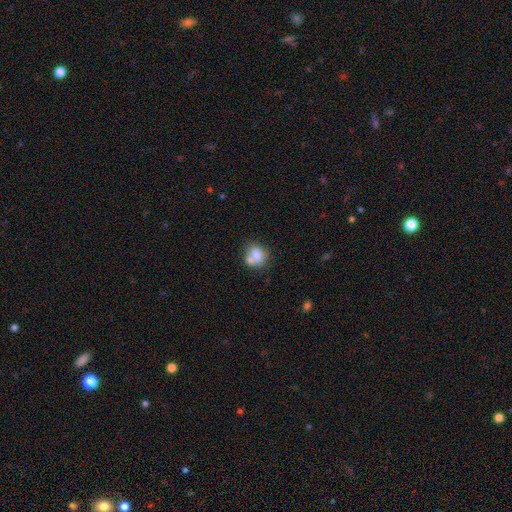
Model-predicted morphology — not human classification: Smooth or featured?
  - smooth: 73% *
  - featured or disk: 17%
  - star or artifact: 10%
How rounded?
  - round: 51% *
  - in between: 47%
  - cigar-shaped: 1%
Merging?
  - merger: 39% *
  - none: 37%
  - minor disturbance: 17%
  - major disturbance: 8%